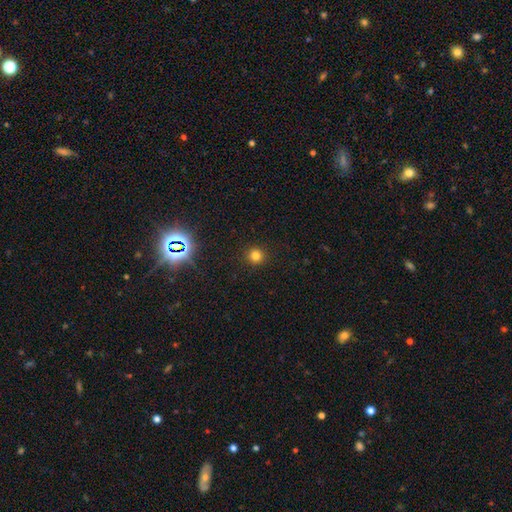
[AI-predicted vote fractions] Morphology: type=smooth (78%); roundness=round (93%); merging=none (92%).